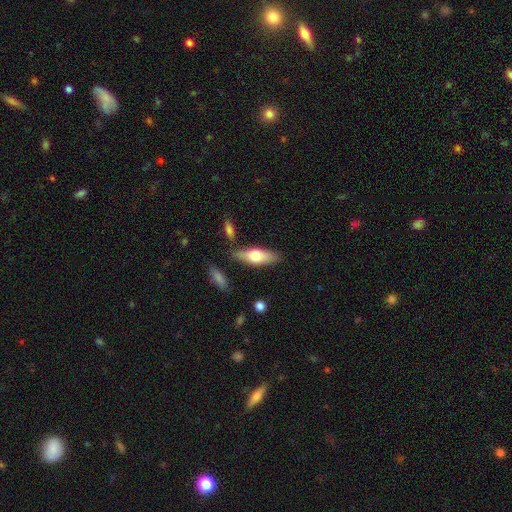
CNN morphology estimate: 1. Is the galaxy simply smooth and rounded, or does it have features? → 63% smooth, 31% featured or disk, 6% star or artifact.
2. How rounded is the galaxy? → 58% in between, 40% cigar-shaped, 2% round.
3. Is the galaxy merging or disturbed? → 79% none, 13% minor disturbance, 5% merger, 3% major disturbance.